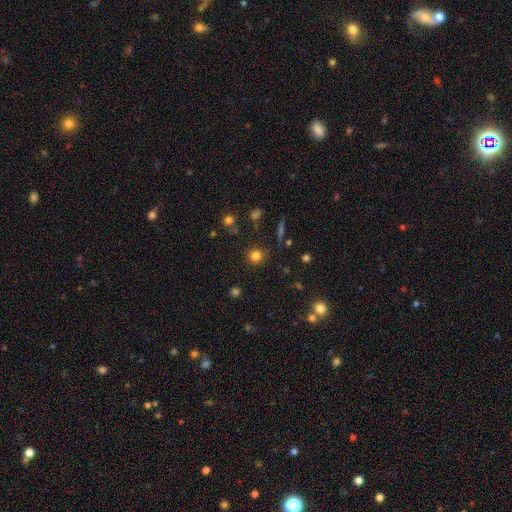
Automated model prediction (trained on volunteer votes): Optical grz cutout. It shows a smooth galaxy with no disk features (80%) that is round (90%). Merging: none (86%).